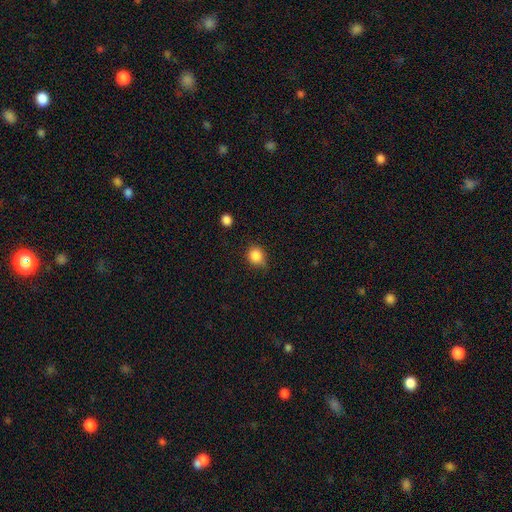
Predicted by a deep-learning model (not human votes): Overall: smooth (86%). How rounded: round (75%). Merging: none (68%).